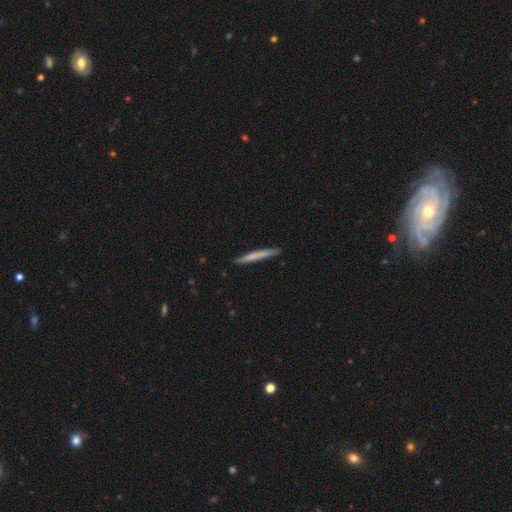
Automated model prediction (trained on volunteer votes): Q: Smooth or featured?
A: smooth (64%); runner-up: featured or disk (30%)
Q: How rounded?
A: cigar-shaped (97%); runner-up: in between (2%)
Q: Merging?
A: none (91%); runner-up: minor disturbance (7%)